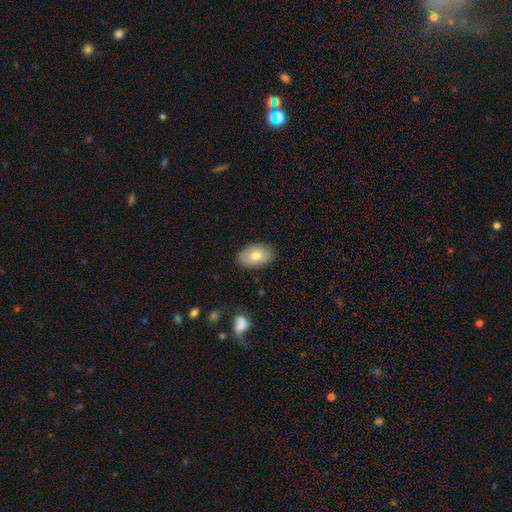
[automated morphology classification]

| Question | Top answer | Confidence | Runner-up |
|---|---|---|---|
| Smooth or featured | smooth | 69% | featured or disk (24%) |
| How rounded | in between | 89% | round (10%) |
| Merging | none | 84% | minor disturbance (12%) |